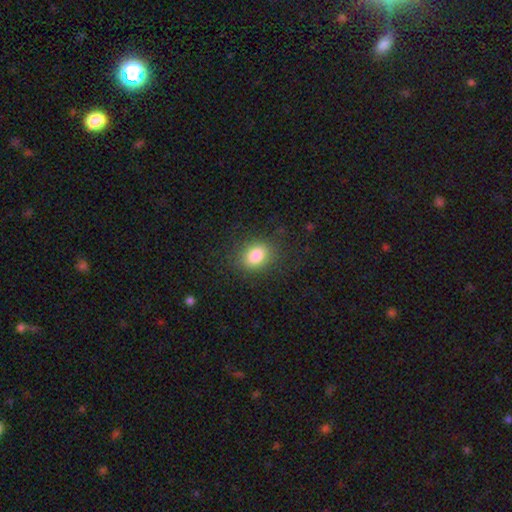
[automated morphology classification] smooth_or_featured: smooth (p=0.84) [alt: star or artifact p=0.10]
how_rounded: in between (p=0.61) [alt: round p=0.38]
merging: none (p=0.83) [alt: minor disturbance p=0.11]